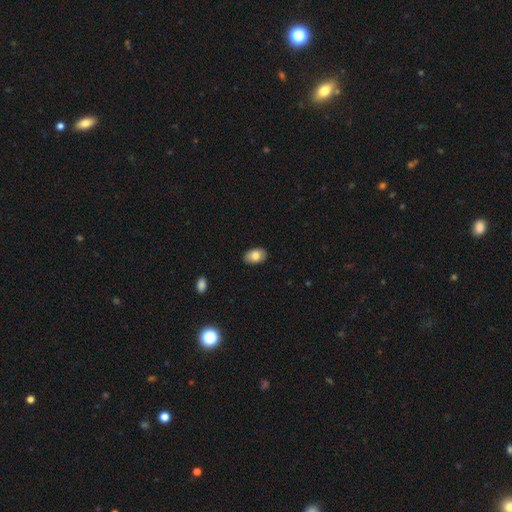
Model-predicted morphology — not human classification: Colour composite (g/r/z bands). It shows a smooth galaxy with no disk features (83%) that is in between round and cigar-shaped (89%). Merging: none (87%).